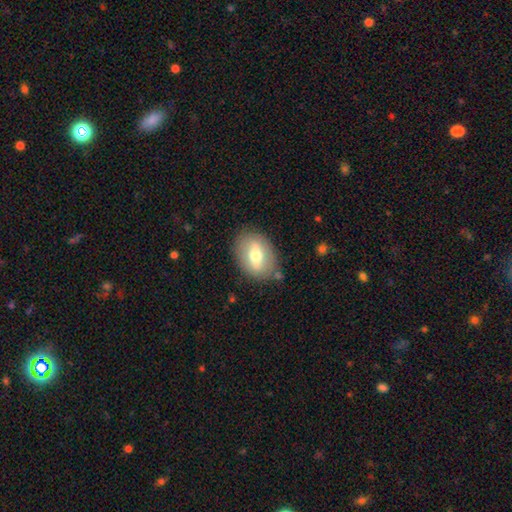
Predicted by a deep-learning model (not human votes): smooth 57%, featured or disk 37%, star or artifact 7%. Down the decision tree: how rounded — in between (79%); merging — none (80%).